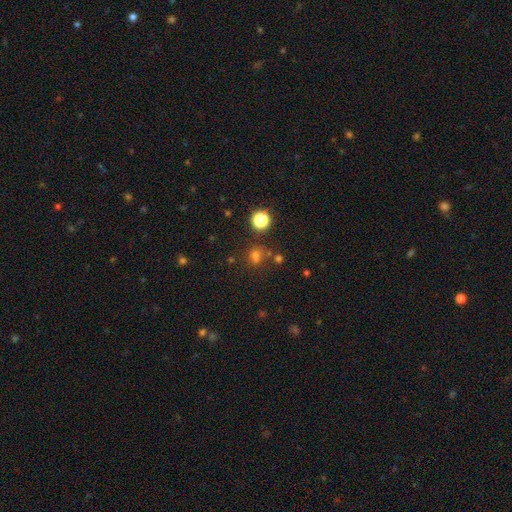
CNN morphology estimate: Smooth or featured? Predicted: smooth (p=0.61). How rounded? Predicted: round (p=0.69). Merging? Predicted: none (p=0.68).